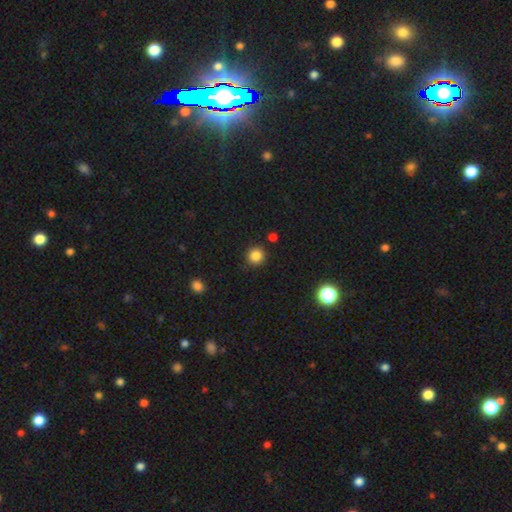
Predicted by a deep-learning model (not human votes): Smooth or featured? Predicted: smooth (p=0.85). How rounded? Predicted: round (p=0.93). Merging? Predicted: none (p=0.88).